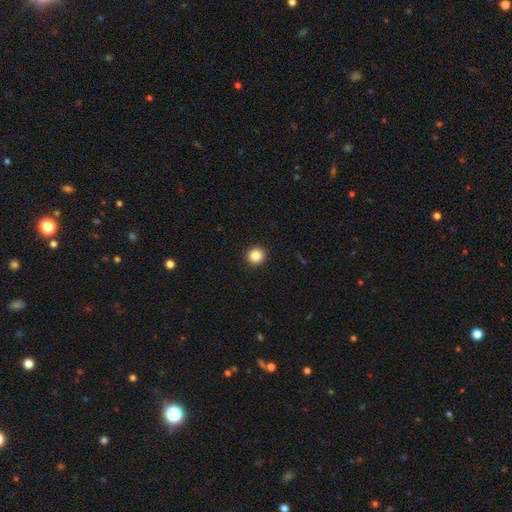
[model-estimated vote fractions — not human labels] smooth 85%, star or artifact 10%, featured or disk 4%. Down the decision tree: how rounded — round (95%); merging — none (93%).